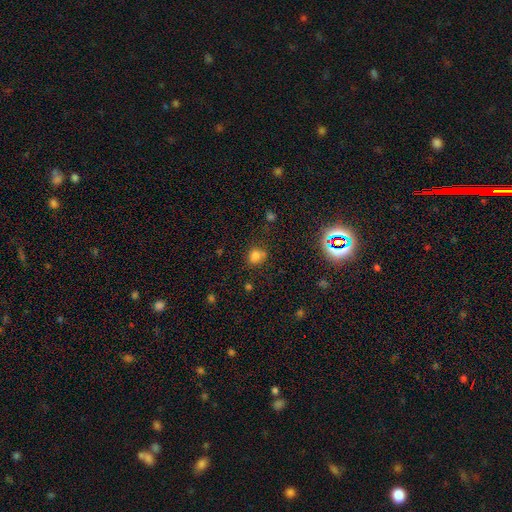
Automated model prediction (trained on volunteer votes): This is likely a smooth galaxy (74%). How rounded: likely round (65%). Merging: likely none (62%).